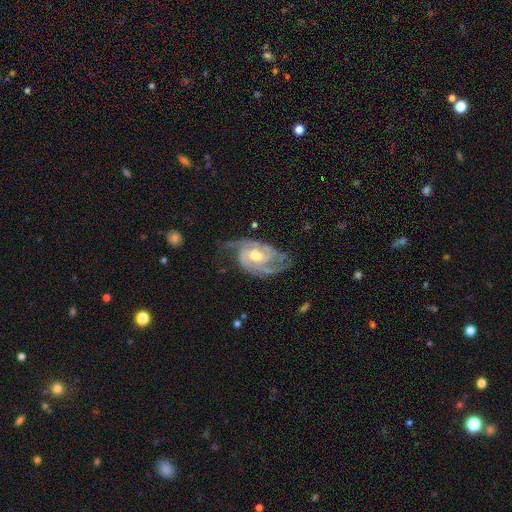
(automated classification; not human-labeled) The model was most divided on "spiral winding": tight: 46%, medium: 44%, loose: 10%. Remaining: spiral arms — yes (98%); edge-on disk — no (97%); smooth or featured — featured or disk (91%); bulge size — moderate (63%); merging — none (61%); bar — no (50%); spiral arm count — 2 (44%).